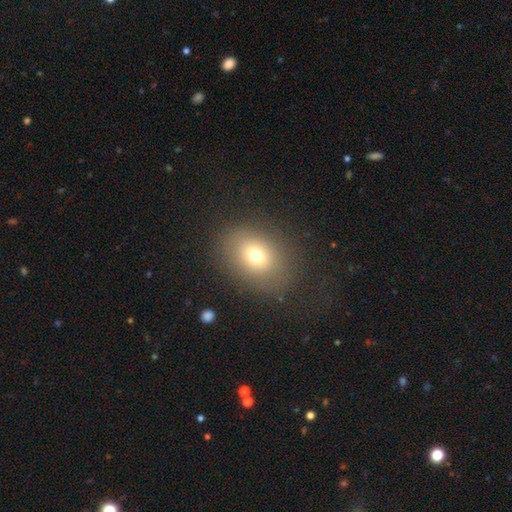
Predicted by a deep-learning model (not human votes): Overall: smooth (71%). How rounded: in between (52%; round 47%). Merging: none (79%).